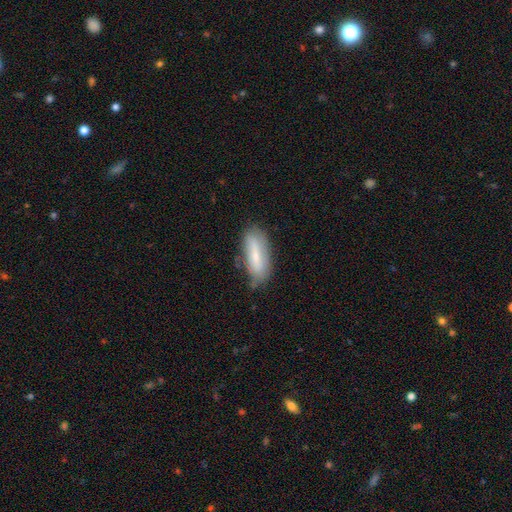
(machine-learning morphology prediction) A smooth galaxy with no disk features (62%) that is in between round and cigar-shaped (64%).

Vote fractions:
- Smooth or featured? smooth: 62% / featured or disk: 31% / star or artifact: 7%
- How rounded? in between: 64% / cigar-shaped: 33% / round: 2%
- Merging? none: 70% / minor disturbance: 22% / major disturbance: 5% / merger: 2%